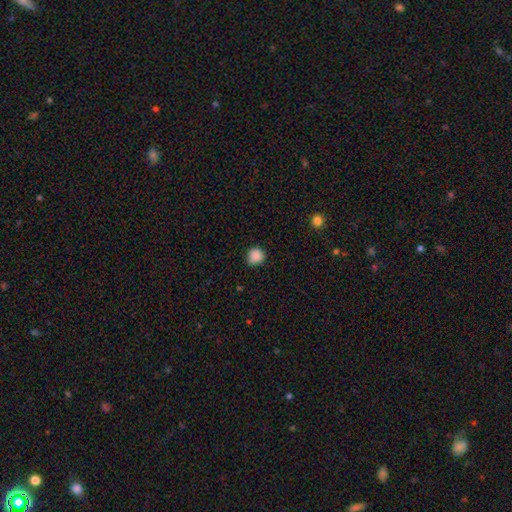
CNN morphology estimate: Overall: smooth (87%). How rounded: round (88%). Merging: none (74%).